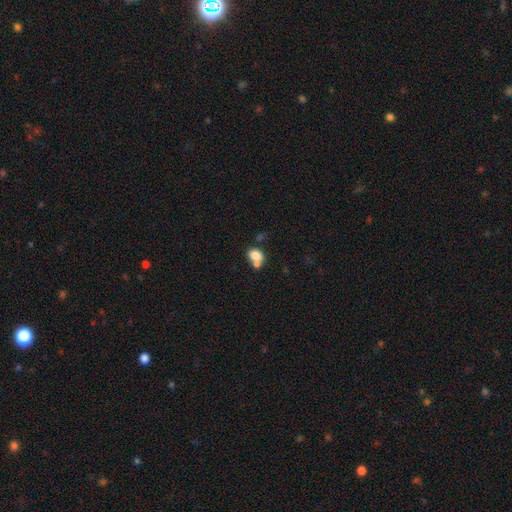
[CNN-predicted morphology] This appears to be a smooth galaxy with no disk features (79%) that is in between round and cigar-shaped (61%). Merging: merger (45%).